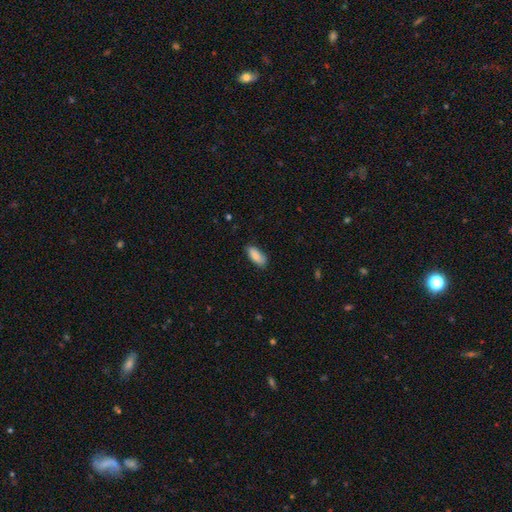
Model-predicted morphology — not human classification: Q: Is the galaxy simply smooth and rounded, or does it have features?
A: smooth — 87%.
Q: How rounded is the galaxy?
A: in between — 81%.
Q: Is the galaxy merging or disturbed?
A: none — 81%.